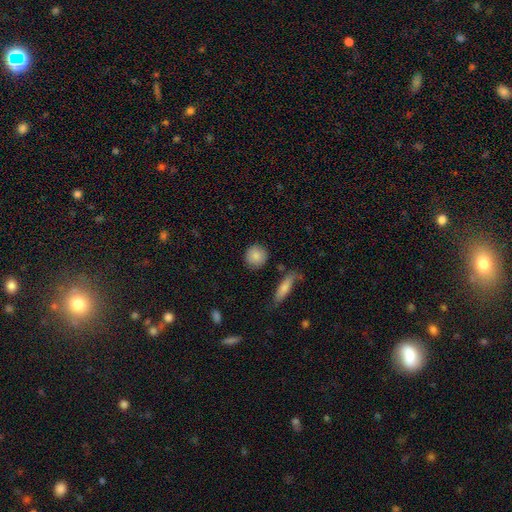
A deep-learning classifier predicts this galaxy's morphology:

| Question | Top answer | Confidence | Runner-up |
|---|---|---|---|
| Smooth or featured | smooth | 86% | featured or disk (7%) |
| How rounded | round | 90% | in between (8%) |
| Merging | none | 86% | minor disturbance (8%) |